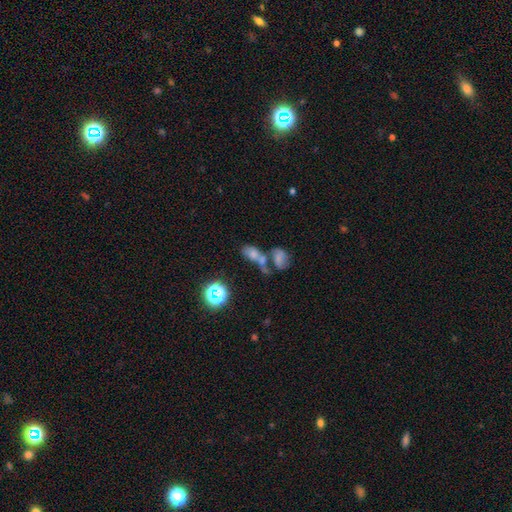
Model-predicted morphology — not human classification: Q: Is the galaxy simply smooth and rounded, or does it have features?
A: smooth — 62%.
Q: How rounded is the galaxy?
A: in between — 80%.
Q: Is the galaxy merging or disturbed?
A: merger — 60%.